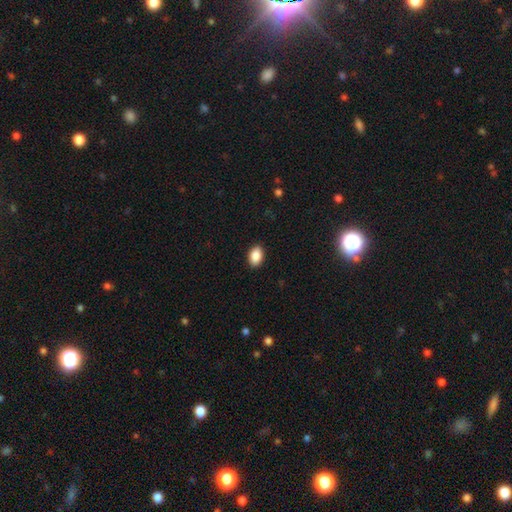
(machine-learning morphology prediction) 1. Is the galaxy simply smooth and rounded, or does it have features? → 89% smooth, 7% star or artifact, 4% featured or disk.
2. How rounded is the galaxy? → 89% in between, 10% round, 1% cigar-shaped.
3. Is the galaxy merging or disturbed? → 90% none, 7% minor disturbance, 2% major disturbance, 1% merger.